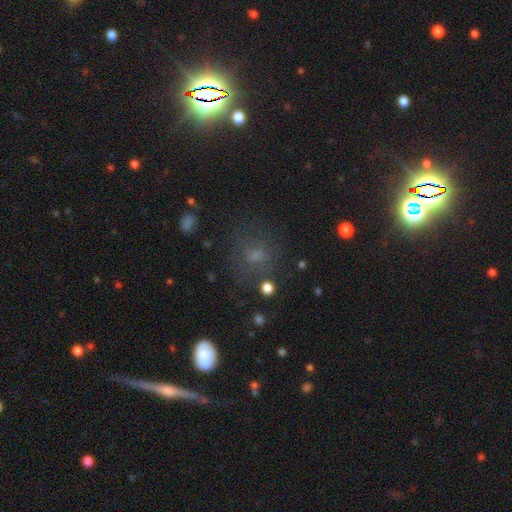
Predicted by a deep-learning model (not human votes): Q: Smooth or featured?
A: smooth (50%); runner-up: star or artifact (30%)
Q: Merging?
A: none (68%); runner-up: minor disturbance (16%)